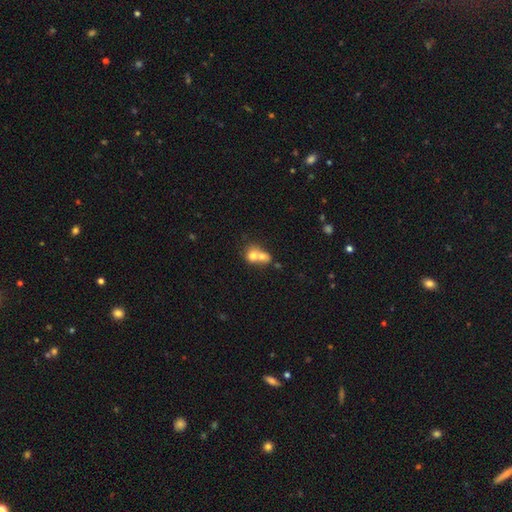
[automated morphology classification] A smooth galaxy with no disk features (68%) that is round (64%).

Vote fractions:
- Smooth or featured? smooth: 68% / featured or disk: 22% / star or artifact: 10%
- How rounded? round: 64% / in between: 35% / cigar-shaped: 1%
- Merging? merger: 72% / none: 19% / minor disturbance: 5% / major disturbance: 3%